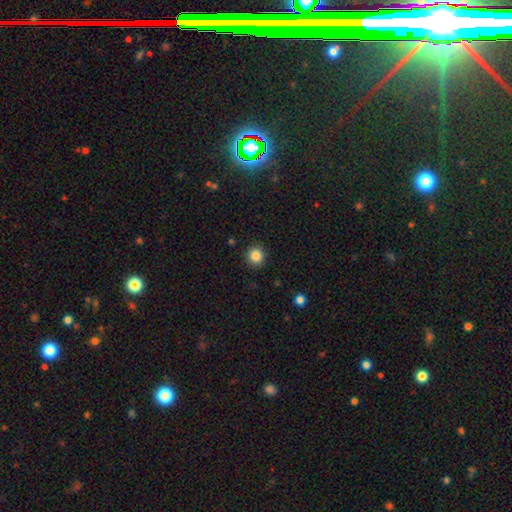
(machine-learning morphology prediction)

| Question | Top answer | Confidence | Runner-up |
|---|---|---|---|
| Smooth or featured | smooth | 85% | star or artifact (11%) |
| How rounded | round | 91% | in between (8%) |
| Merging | none | 91% | minor disturbance (6%) |